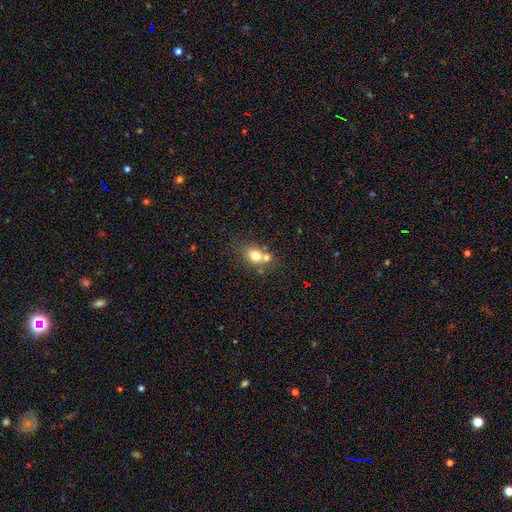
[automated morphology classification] type=smooth (72%); roundness=round (59%); merging=merger (43%, tied with none).